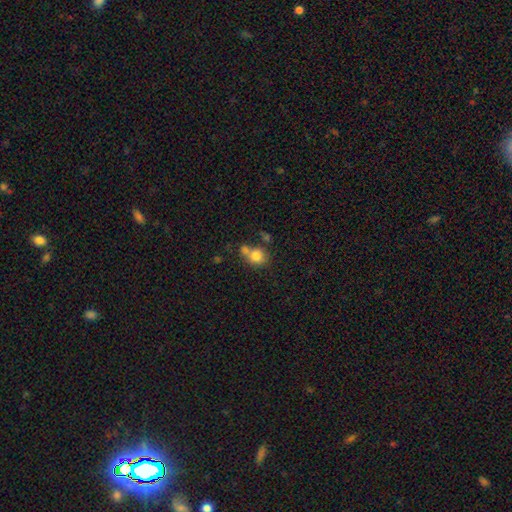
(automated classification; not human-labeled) Overall: smooth (81%). How rounded: round (77%). Merging: none (49%; merger 35%).